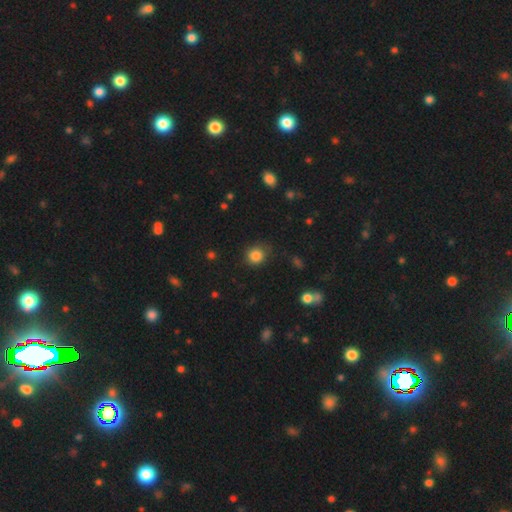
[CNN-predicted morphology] Q: Smooth or featured?
A: smooth (84%); runner-up: star or artifact (11%)
Q: How rounded?
A: round (84%); runner-up: in between (15%)
Q: Merging?
A: none (77%); runner-up: minor disturbance (17%)